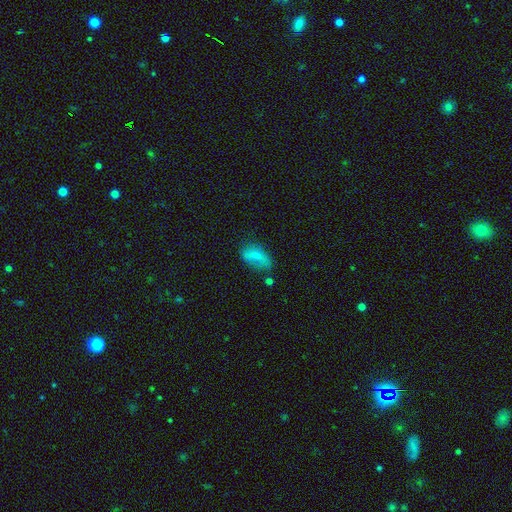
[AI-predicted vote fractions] A smooth galaxy with no disk features (73%) that is in between round and cigar-shaped (88%).

Vote fractions:
- Smooth or featured? smooth: 73% / featured or disk: 17% / star or artifact: 10%
- How rounded? in between: 88% / cigar-shaped: 6% / round: 5%
- Merging? none: 46% / minor disturbance: 31% / major disturbance: 17% / merger: 7%